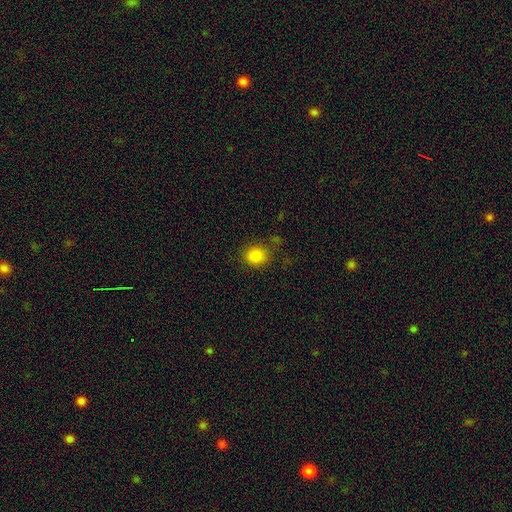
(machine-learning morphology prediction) smooth 84%, star or artifact 11%, featured or disk 5%. Down the decision tree: how rounded — round (67%); merging — none (76%).